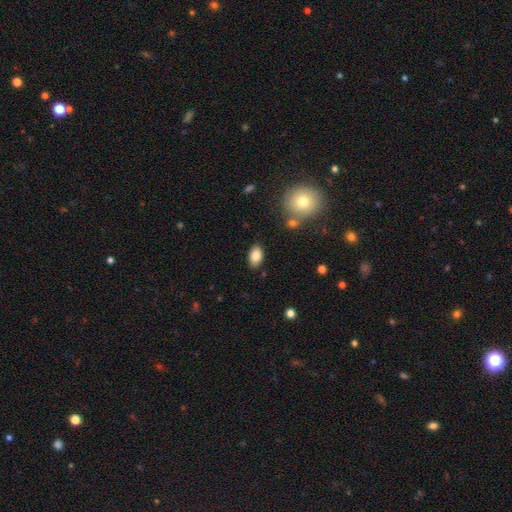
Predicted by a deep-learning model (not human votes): smooth_or_featured: smooth (p=0.84) [alt: star or artifact p=0.08]
how_rounded: in between (p=0.91) [alt: round p=0.07]
merging: none (p=0.86) [alt: minor disturbance p=0.10]